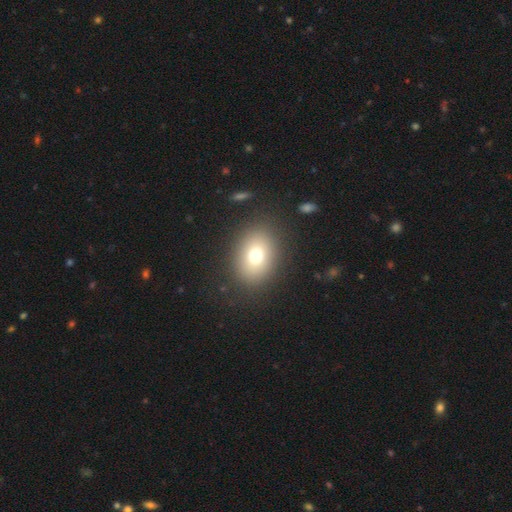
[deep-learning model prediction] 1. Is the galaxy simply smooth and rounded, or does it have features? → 73% smooth, 13% featured or disk, 13% star or artifact.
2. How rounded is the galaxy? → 58% in between, 41% round, 1% cigar-shaped.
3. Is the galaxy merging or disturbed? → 86% none, 8% minor disturbance, 4% major disturbance, 1% merger.